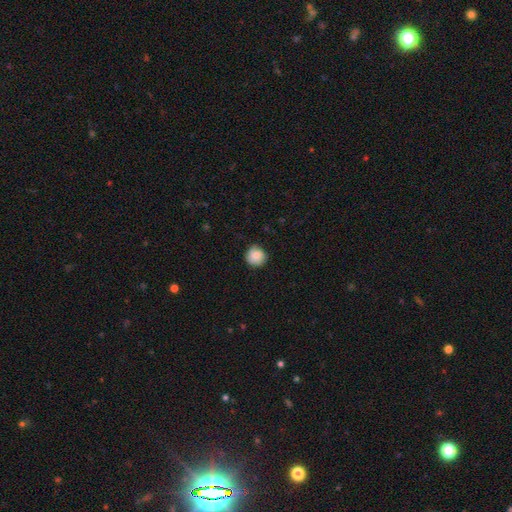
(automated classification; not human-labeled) The model was most divided on "merging": none: 76%, minor disturbance: 19%, major disturbance: 4%, merger: 1%. More confident: how rounded — round (90%); smooth or featured — smooth (78%).